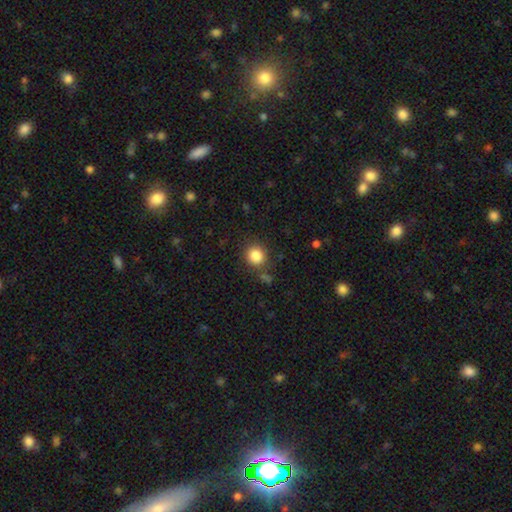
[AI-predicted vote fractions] This appears to be a smooth galaxy with no disk features (85%) that is round (89%). Merging: none (83%).